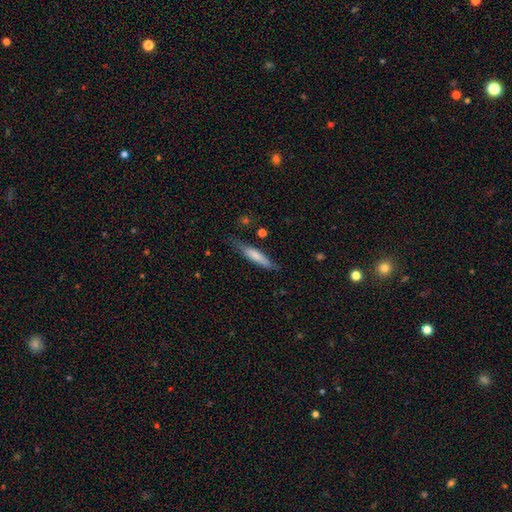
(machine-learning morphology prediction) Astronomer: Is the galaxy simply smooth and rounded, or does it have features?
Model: smooth — 70%.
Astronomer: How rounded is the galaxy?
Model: cigar-shaped — 84%.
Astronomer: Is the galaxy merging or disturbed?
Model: none — 73%.